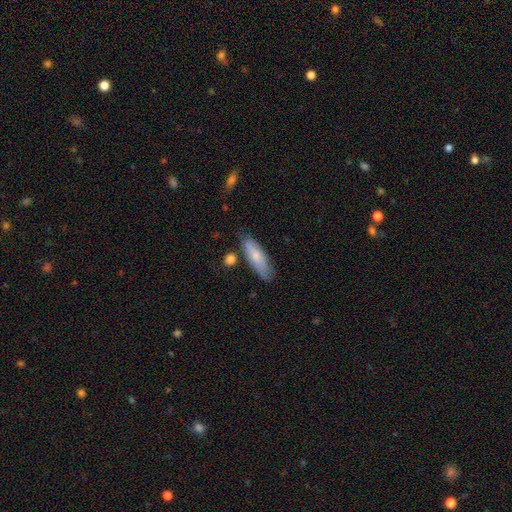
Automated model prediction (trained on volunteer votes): Smooth or featured: smooth — 72% (featured or disk — 22%)
How rounded: in between — 52% (cigar-shaped — 46%)
Merging: none — 74% (minor disturbance — 18%)